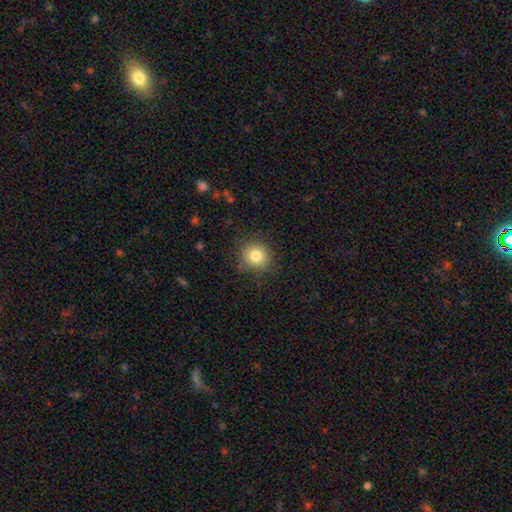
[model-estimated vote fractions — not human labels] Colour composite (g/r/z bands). It shows a smooth galaxy with no disk features (82%) that is round (89%). Merging: none (84%).